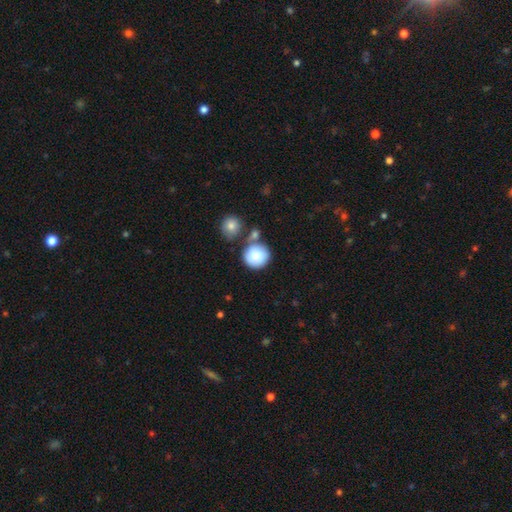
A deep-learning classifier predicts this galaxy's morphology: A smooth galaxy with no disk features (85%) that is round (92%).

Vote fractions:
- Smooth or featured? smooth: 85% / featured or disk: 8% / star or artifact: 7%
- How rounded? round: 92% / in between: 7% / cigar-shaped: 1%
- Merging? none: 62% / merger: 21% / minor disturbance: 13% / major disturbance: 4%